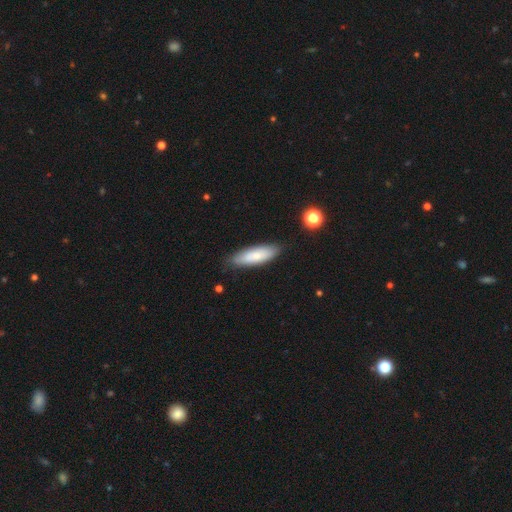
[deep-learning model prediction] smooth-or-featured: smooth: 73% | featured or disk: 21% | star or artifact: 6%
  how-rounded: in between: 53% | cigar-shaped: 45% | round: 2%
  merging: none: 82% | minor disturbance: 14% | major disturbance: 3% | merger: 2%